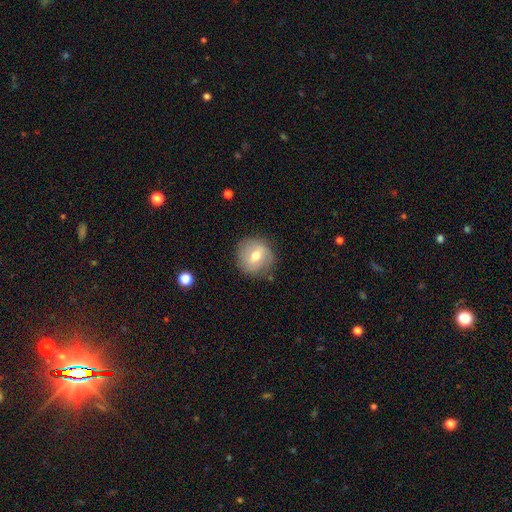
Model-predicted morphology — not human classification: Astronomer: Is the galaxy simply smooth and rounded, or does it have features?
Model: smooth — 59%.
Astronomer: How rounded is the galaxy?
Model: round — 91%.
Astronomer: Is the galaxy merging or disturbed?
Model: none — 81%.